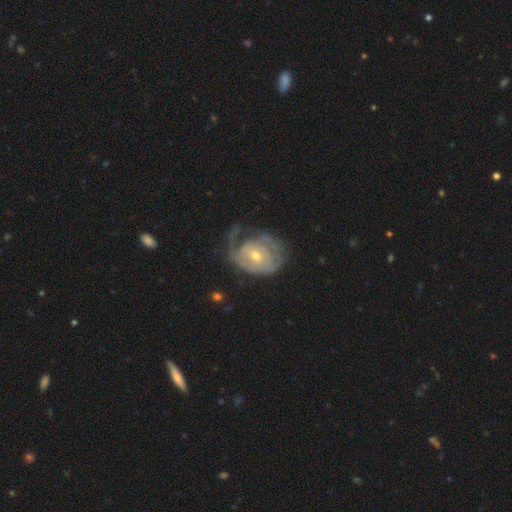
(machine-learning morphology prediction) featured or disk 76%, smooth 17%, star or artifact 6%. Down the decision tree: edge-on disk — no (97%); bar — no (66%); spiral arms — yes (83%); spiral arm count — can't tell (41%); spiral winding — tight (60%); bulge size — small (58%); merging — none (41%).